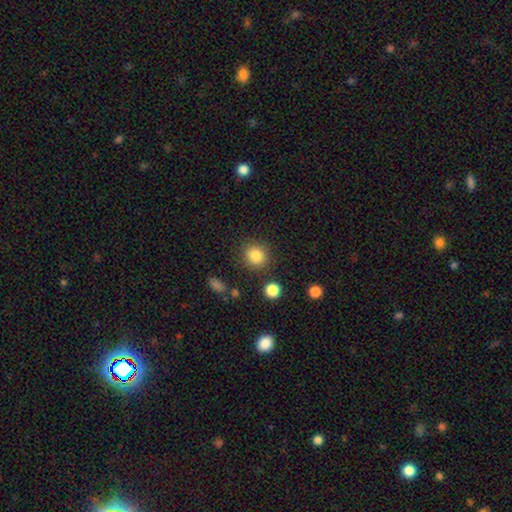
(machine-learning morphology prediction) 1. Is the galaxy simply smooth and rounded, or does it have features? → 85% smooth, 10% star or artifact, 5% featured or disk.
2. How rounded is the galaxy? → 87% round, 12% in between, 1% cigar-shaped.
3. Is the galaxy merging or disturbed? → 86% none, 8% minor disturbance, 3% merger, 3% major disturbance.